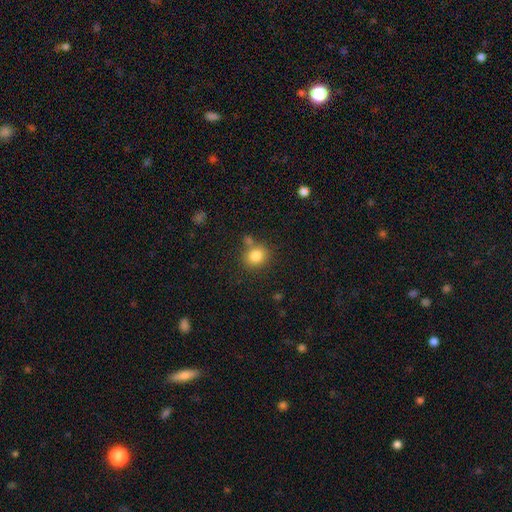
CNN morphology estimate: This appears to be a smooth galaxy with no disk features (83%) that is round (70%). Merging: none (69%).